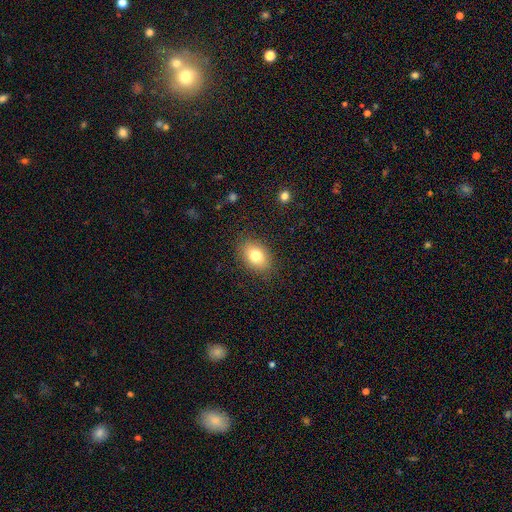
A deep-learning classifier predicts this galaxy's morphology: smooth_or_featured: smooth (p=0.78) [alt: featured or disk p=0.12]
how_rounded: in between (p=0.77) [alt: round p=0.21]
merging: none (p=0.86) [alt: minor disturbance p=0.10]